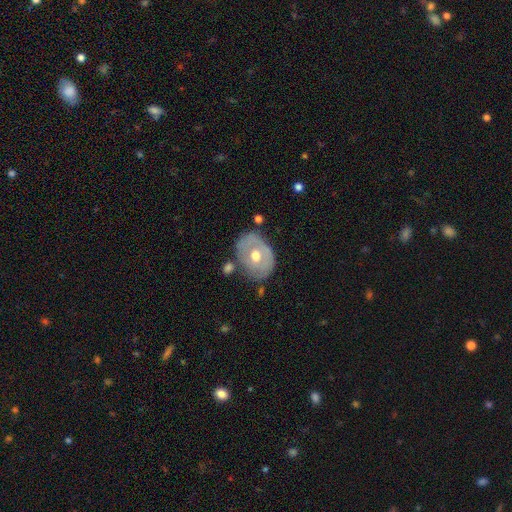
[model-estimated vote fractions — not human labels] smooth_or_featured: featured or disk (p=0.55) [alt: smooth p=0.39]
disk_edge_on: no (p=0.93) [alt: yes p=0.07]
bar: no (p=0.83) [alt: weak p=0.14]
has_spiral_arms: no (p=0.75) [alt: yes p=0.25]
bulge_size: moderate (p=0.80) [alt: small p=0.12]
merging: none (p=0.66) [alt: minor disturbance p=0.22]